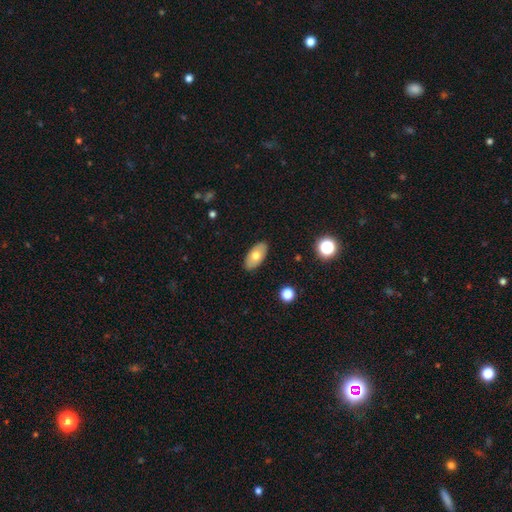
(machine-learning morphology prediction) This is likely a smooth galaxy (67%). How rounded: clearly in between (93%). Merging: clearly none (88%).